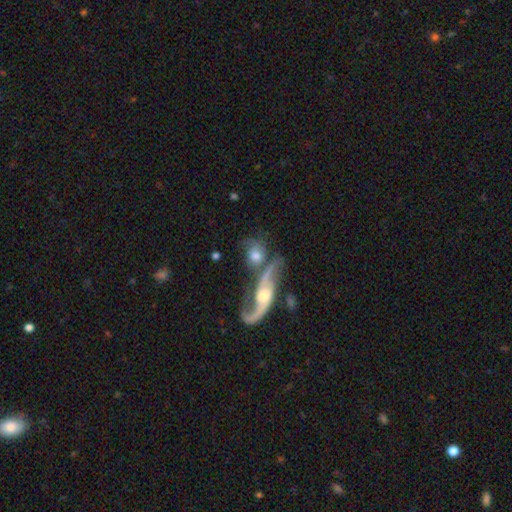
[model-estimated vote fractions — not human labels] Smooth or featured? featured or disk (51%)
Edge-on disk? no (88%)
Merging? merger (46%)